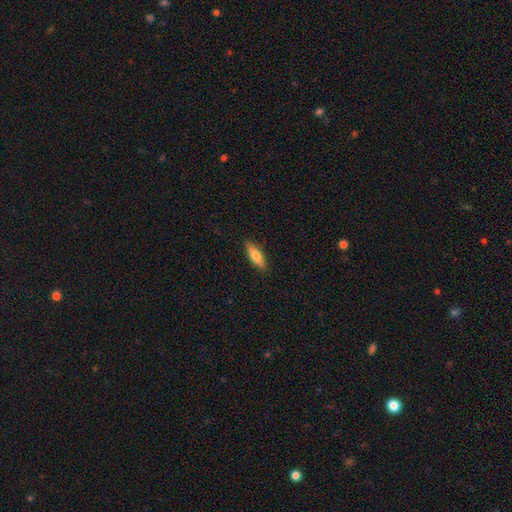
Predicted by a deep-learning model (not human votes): Smooth or featured: smooth — 65% (featured or disk — 29%)
How rounded: cigar-shaped — 54% (in between — 43%)
Merging: none — 89% (minor disturbance — 8%)